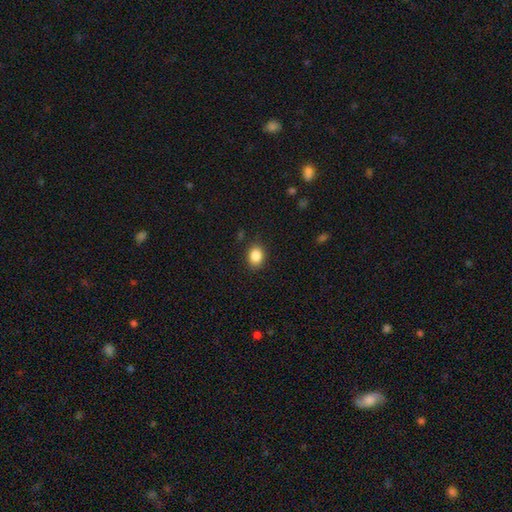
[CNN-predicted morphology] This appears to be a smooth galaxy with no disk features (86%) that is in between round and cigar-shaped (58%). Merging: none (86%).